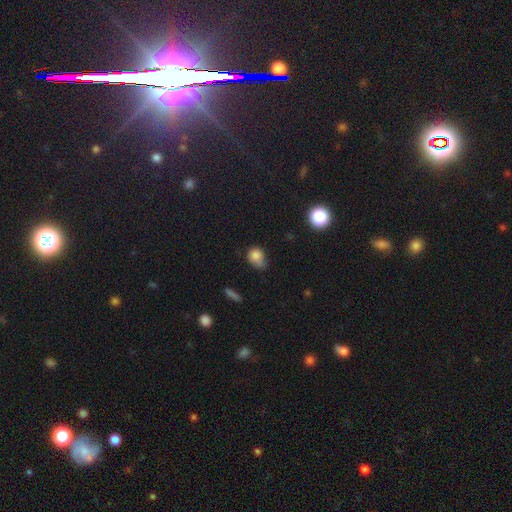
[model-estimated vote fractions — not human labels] Morphology: type=smooth (82%); roundness=round (50%); merging=minor disturbance (43%).